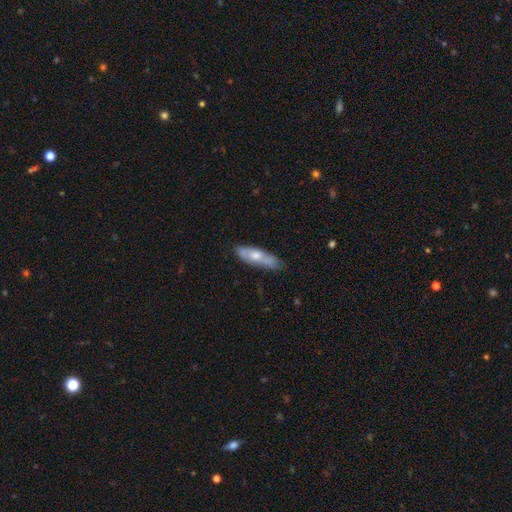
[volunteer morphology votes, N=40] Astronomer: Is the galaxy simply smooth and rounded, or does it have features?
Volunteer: featured or disk — 48% (runner-up: smooth, 45%).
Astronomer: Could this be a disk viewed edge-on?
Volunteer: no — 68%.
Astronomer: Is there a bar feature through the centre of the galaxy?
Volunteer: no — 92%.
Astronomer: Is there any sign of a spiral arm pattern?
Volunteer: no — 85%.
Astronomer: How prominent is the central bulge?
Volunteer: moderate — 62%.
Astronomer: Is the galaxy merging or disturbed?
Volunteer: none — 49%, tied with minor disturbance at 49%.